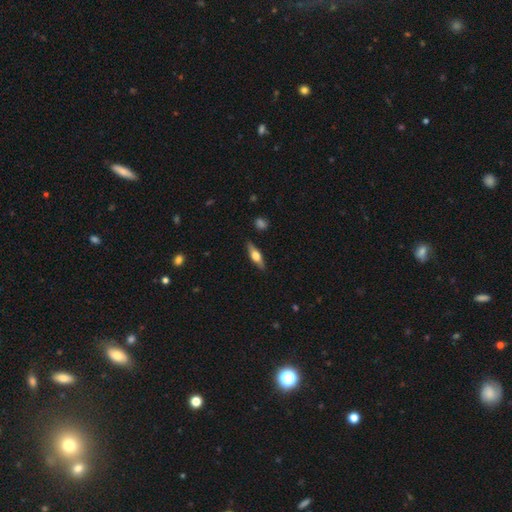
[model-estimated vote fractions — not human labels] Q: Smooth or featured?
A: featured or disk (57%); runner-up: smooth (37%)
Q: Edge-on disk?
A: yes (95%); runner-up: no (5%)
Q: Edge-on bulge?
A: rounded (92%); runner-up: boxy (7%)
Q: Merging?
A: none (88%); runner-up: minor disturbance (9%)